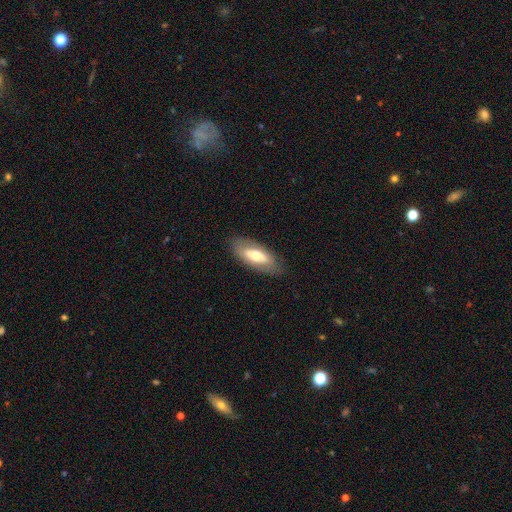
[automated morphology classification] Smooth or featured?
  - smooth: 54% *
  - featured or disk: 40%
  - star or artifact: 6%
How rounded?
  - in between: 81% *
  - cigar-shaped: 16%
  - round: 3%
Merging?
  - none: 82% *
  - minor disturbance: 13%
  - major disturbance: 4%
  - merger: 1%